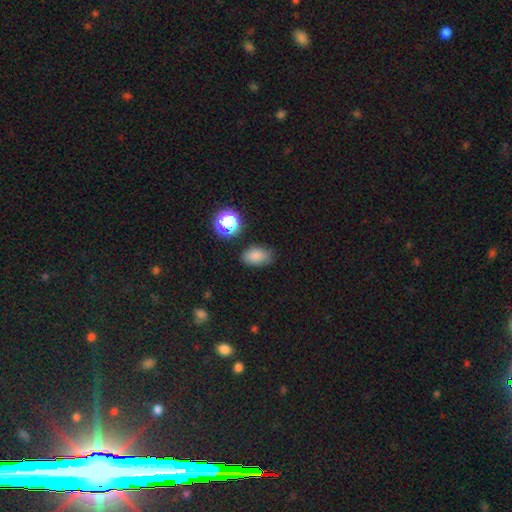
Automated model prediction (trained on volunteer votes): smooth 81%, star or artifact 13%, featured or disk 6%. Down the decision tree: how rounded — in between (87%); merging — none (79%).